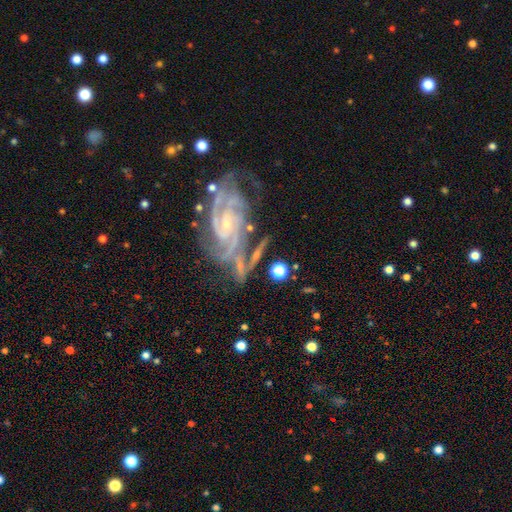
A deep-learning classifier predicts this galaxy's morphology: Overall: featured or disk (85%). Edge-on disk: no (95%). Bar: no (50%; weak 34%). Spiral arms: yes (97%). Spiral arm count: 2 (34%; 3 28%). Spiral winding: tight (53%; medium 39%). Bulge size: small (76%). Merging: none (51%; minor disturbance 21%).